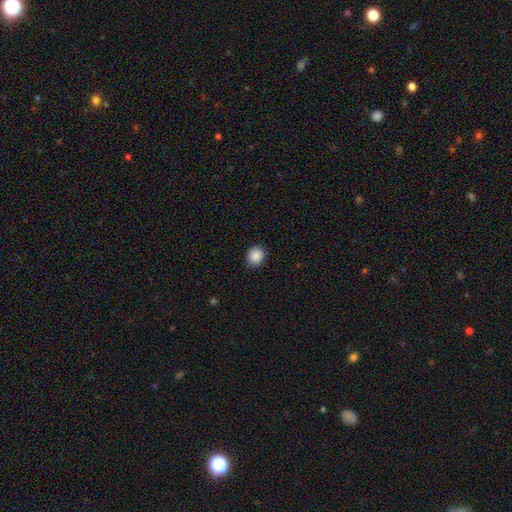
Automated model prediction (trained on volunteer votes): A smooth galaxy with no disk features (88%) that is round (64%). Merging: none (88%).